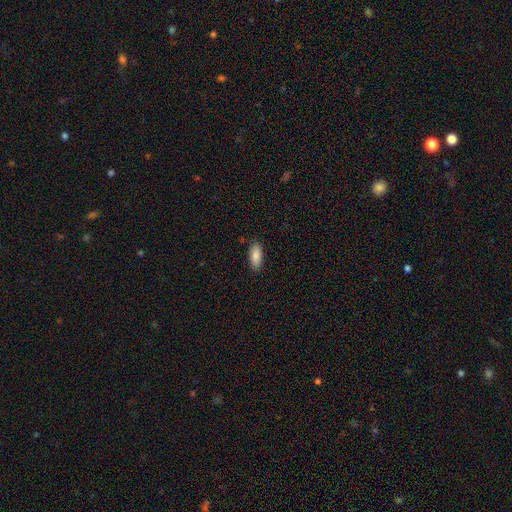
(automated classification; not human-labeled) A smooth galaxy with no disk features (87%) that is in between round and cigar-shaped (82%). Merging: none (87%).